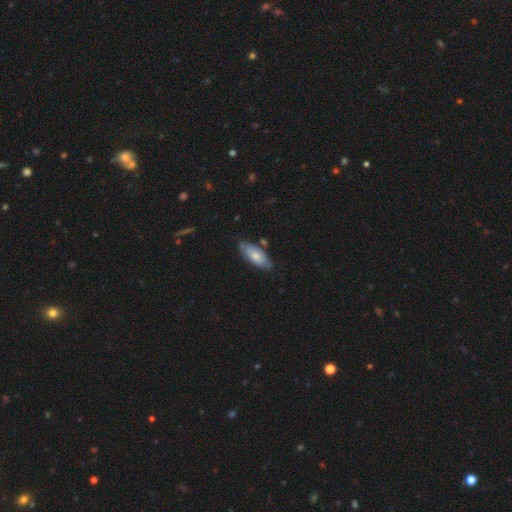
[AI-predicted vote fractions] This is likely a smooth galaxy (66%). How rounded: clearly in between (82%). Merging: likely none (72%).